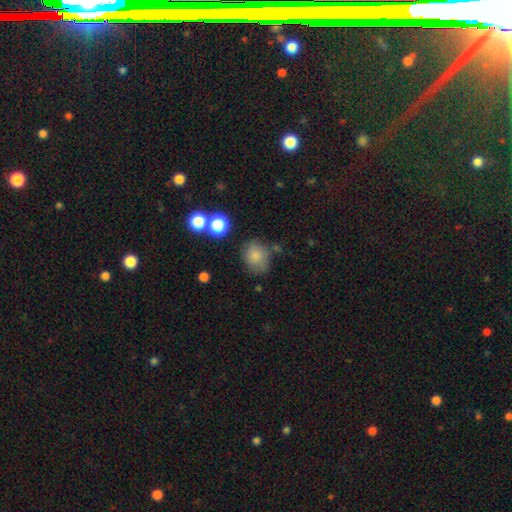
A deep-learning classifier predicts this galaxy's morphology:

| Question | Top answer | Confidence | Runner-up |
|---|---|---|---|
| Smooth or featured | smooth | 79% | star or artifact (12%) |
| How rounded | round | 62% | in between (37%) |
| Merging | none | 67% | minor disturbance (20%) |